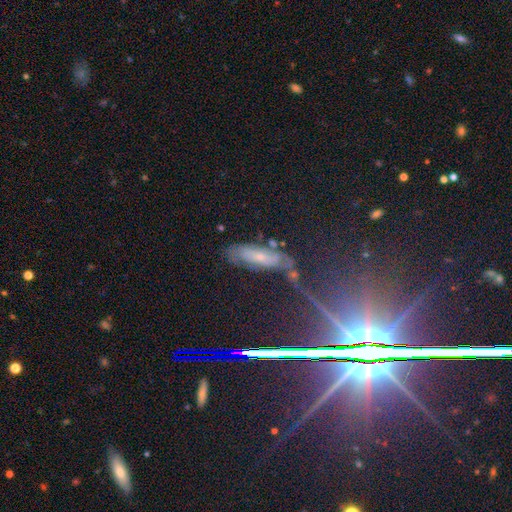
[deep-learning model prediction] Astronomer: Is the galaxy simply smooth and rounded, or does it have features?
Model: star or artifact — 40% (runner-up: featured or disk, 37%).